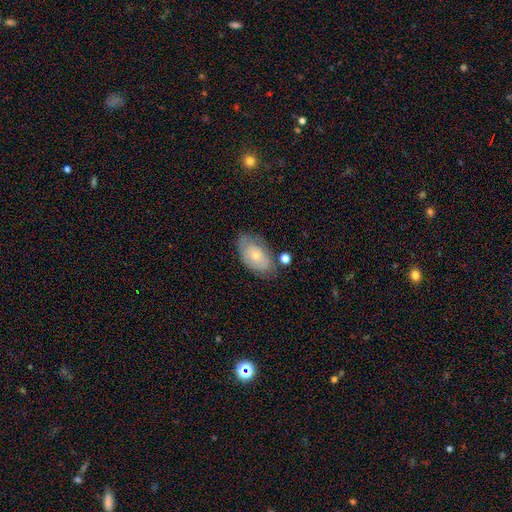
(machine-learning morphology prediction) smooth_or_featured: smooth (p=0.53) [alt: featured or disk p=0.40]
how_rounded: in between (p=0.91) [alt: round p=0.07]
merging: none (p=0.64) [alt: minor disturbance p=0.24]